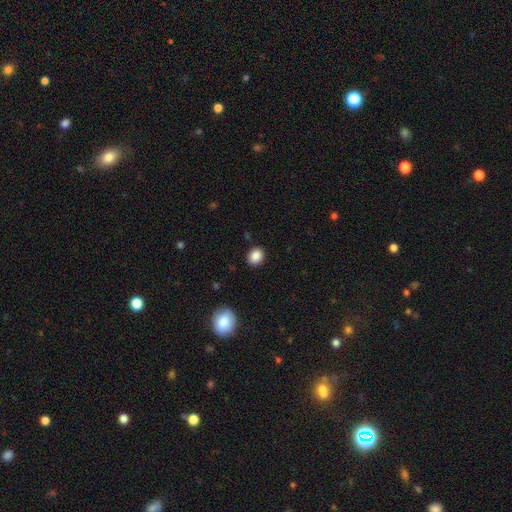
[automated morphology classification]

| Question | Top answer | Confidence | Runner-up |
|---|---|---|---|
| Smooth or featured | smooth | 86% | star or artifact (9%) |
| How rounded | round | 64% | in between (35%) |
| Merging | none | 89% | minor disturbance (7%) |